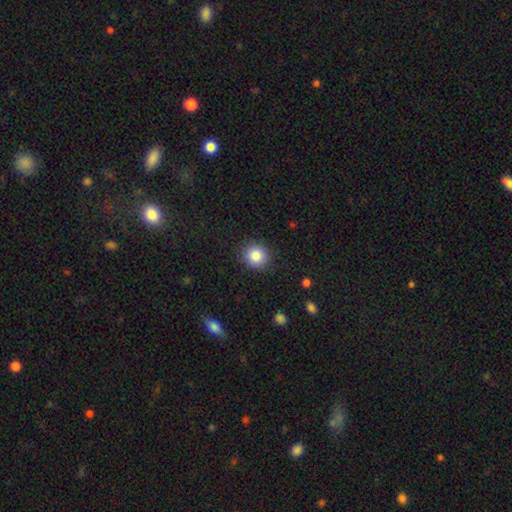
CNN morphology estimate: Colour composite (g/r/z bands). It shows a smooth galaxy with no disk features (85%) that is round (90%). Merging: none (89%).